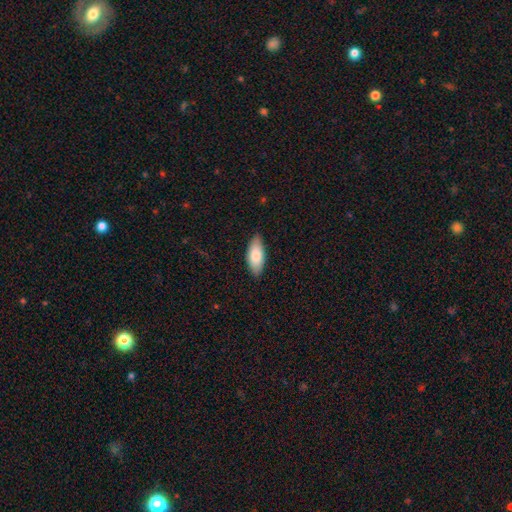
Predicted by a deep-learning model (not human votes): Smooth or featured?
  - smooth: 83% *
  - featured or disk: 12%
  - star or artifact: 5%
How rounded?
  - in between: 84% *
  - cigar-shaped: 14%
  - round: 2%
Merging?
  - none: 85% *
  - minor disturbance: 12%
  - major disturbance: 2%
  - merger: 1%